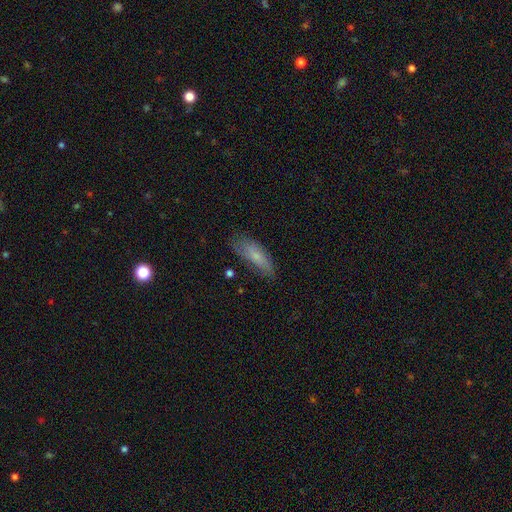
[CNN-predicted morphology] The model was most divided on "how rounded": in between: 62%, cigar-shaped: 36%, round: 2%. More confident: smooth or featured — smooth (71%); merging — none (68%).